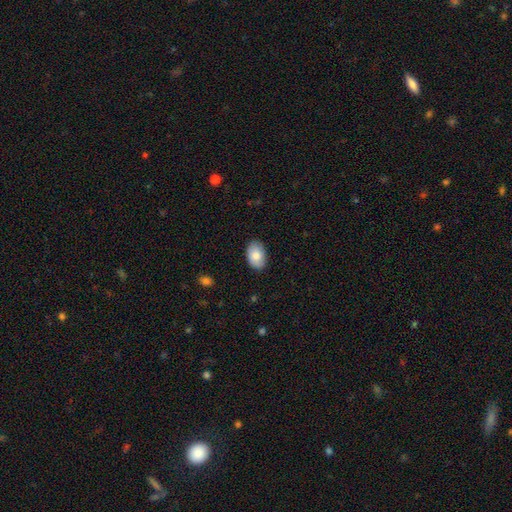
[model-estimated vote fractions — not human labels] Q: Smooth or featured?
A: smooth (82%); runner-up: featured or disk (11%)
Q: How rounded?
A: in between (90%); runner-up: round (9%)
Q: Merging?
A: none (85%); runner-up: minor disturbance (12%)